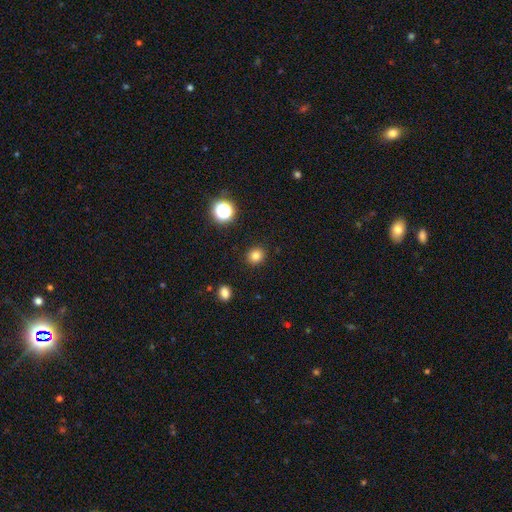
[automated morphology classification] smooth_or_featured: smooth (p=0.81) [alt: star or artifact p=0.14]
how_rounded: round (p=0.84) [alt: in between p=0.15]
merging: none (p=0.91) [alt: minor disturbance p=0.06]